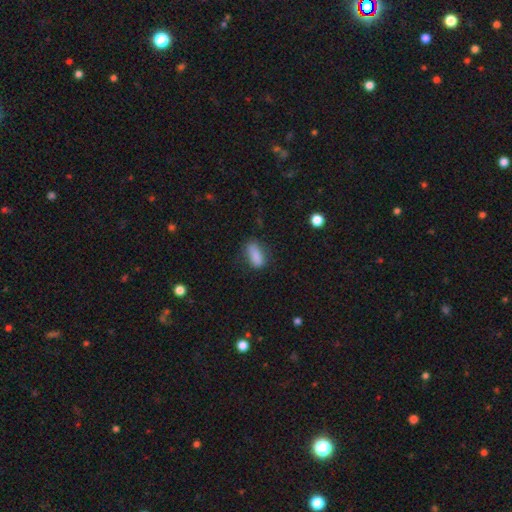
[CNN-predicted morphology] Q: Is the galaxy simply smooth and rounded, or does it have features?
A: smooth — 84%.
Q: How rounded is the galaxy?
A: in between — 81%.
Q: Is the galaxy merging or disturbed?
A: none — 66%.